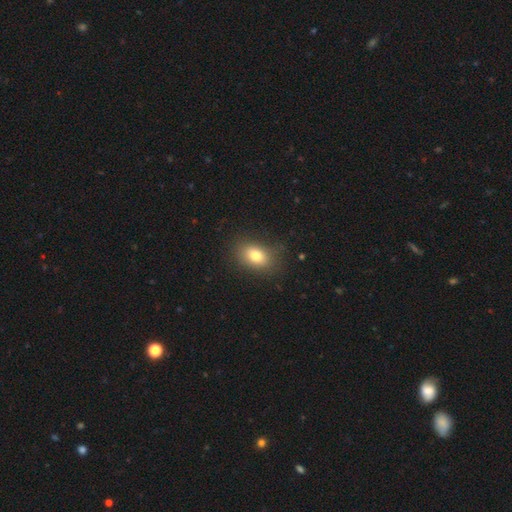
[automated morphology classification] Q: Smooth or featured?
A: smooth (78%); runner-up: featured or disk (11%)
Q: How rounded?
A: in between (77%); runner-up: round (22%)
Q: Merging?
A: none (82%); runner-up: minor disturbance (13%)